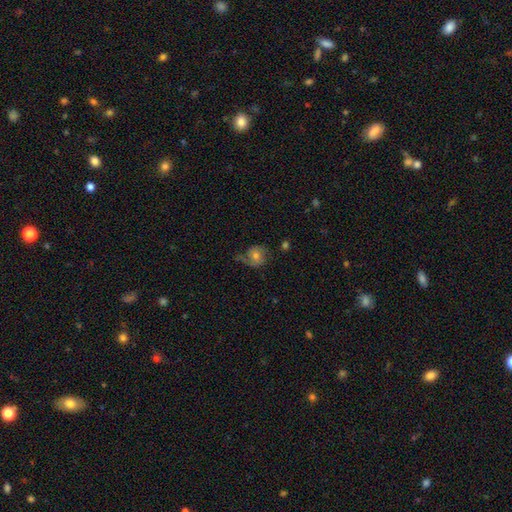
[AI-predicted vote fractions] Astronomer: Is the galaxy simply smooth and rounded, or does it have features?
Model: smooth — 47% (runner-up: featured or disk, 44%).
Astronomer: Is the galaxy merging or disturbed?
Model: none — 49% (runner-up: minor disturbance, 27%).